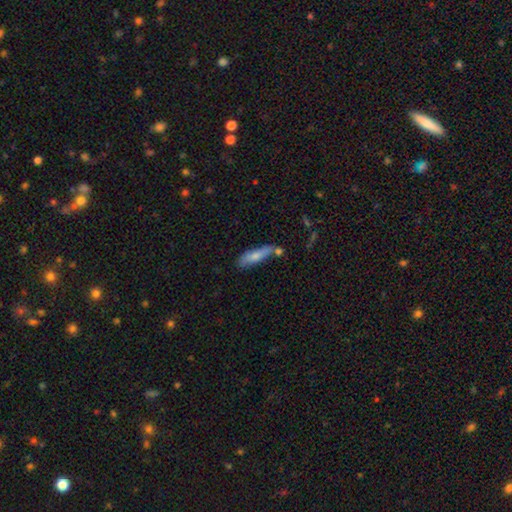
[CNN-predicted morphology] This is likely a smooth galaxy (73%). How rounded: likely cigar-shaped (71%). Merging: possibly none (58%).